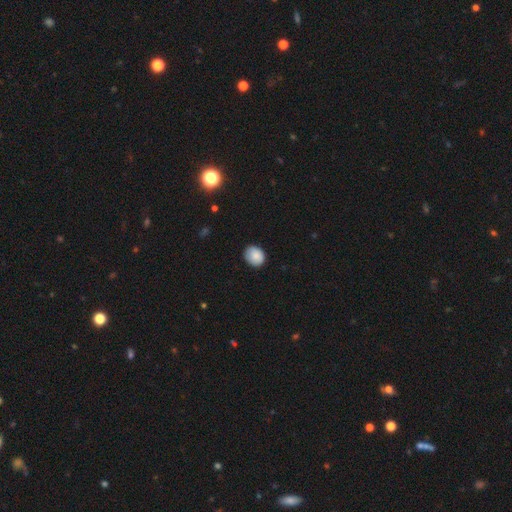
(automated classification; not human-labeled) The model was most divided on "how rounded": round: 54%, in between: 45%, cigar-shaped: 1%. More confident: smooth or featured — smooth (86%); merging — none (80%).